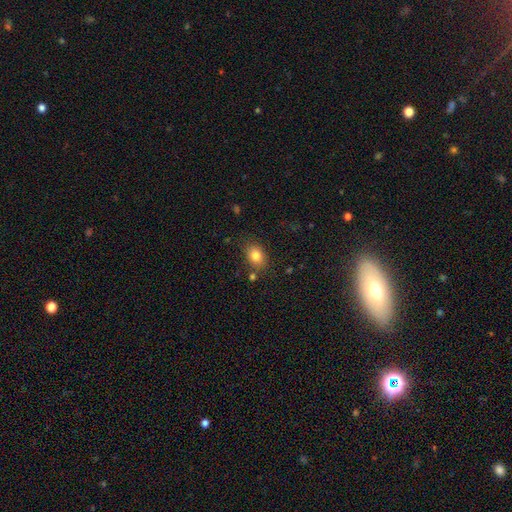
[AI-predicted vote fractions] Smooth or featured? smooth (82%)
How rounded? in between (69%)
Merging? none (80%)